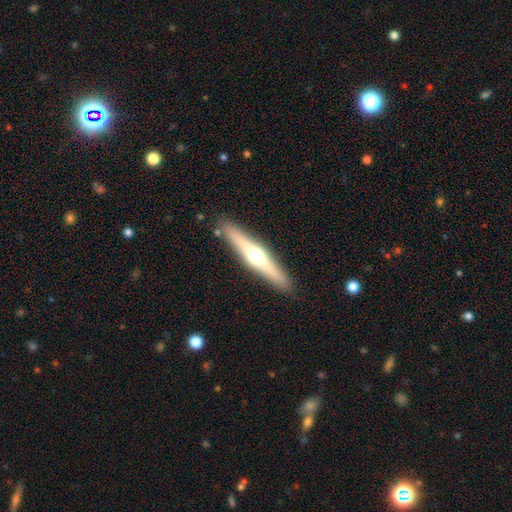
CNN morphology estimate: smooth-or-featured: featured or disk: 59% | smooth: 35% | star or artifact: 6%
  disk-edge-on: yes: 95% | no: 5%
    edge-on-bulge: rounded: 93% | none: 4% | boxy: 3%
  merging: none: 89% | minor disturbance: 8% | major disturbance: 2% | merger: 2%